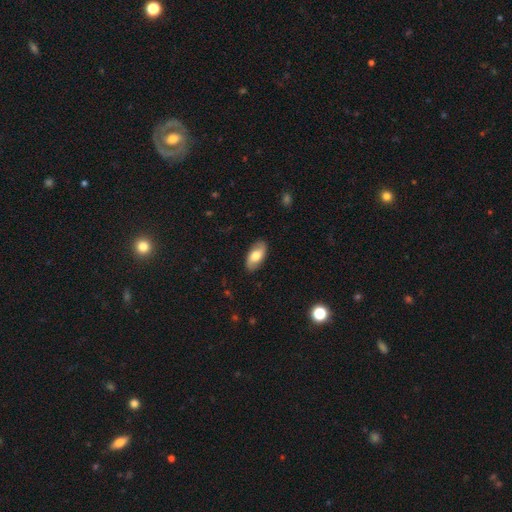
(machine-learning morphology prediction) Smooth or featured? Predicted: smooth (p=0.58). How rounded? Predicted: in between (p=0.91). Merging? Predicted: none (p=0.86).